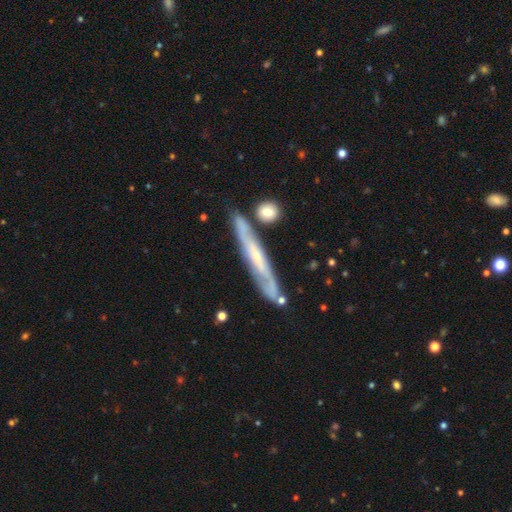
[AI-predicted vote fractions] This appears to be a featured or disk galaxy (74%) viewed edge-on (62%). Merging: none (71%).